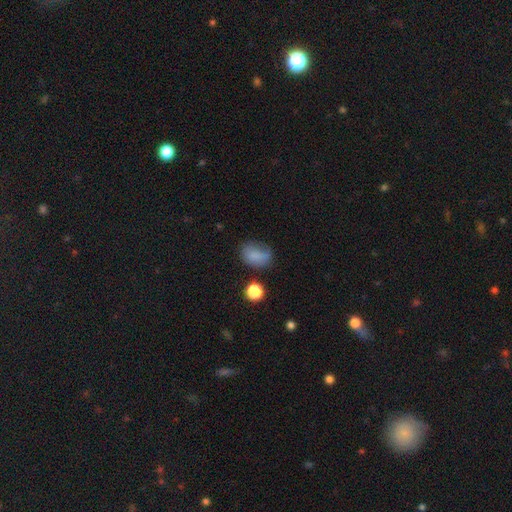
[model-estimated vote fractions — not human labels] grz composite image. It shows a smooth galaxy with no disk features (76%) that is in between round and cigar-shaped (68%). Merging: none (49%).